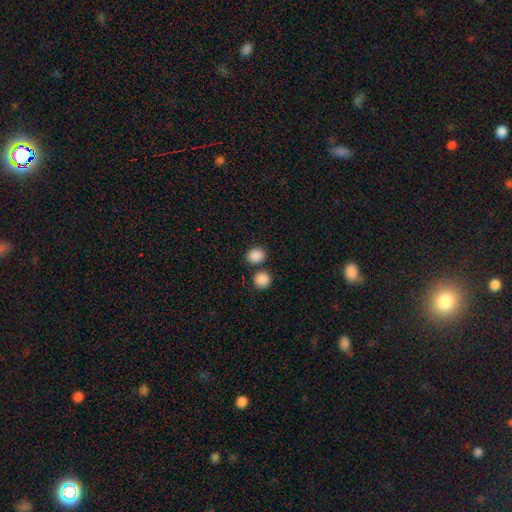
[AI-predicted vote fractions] Smooth or featured? Predicted: smooth (p=0.87). How rounded? Predicted: round (p=0.66). Merging? Predicted: none (p=0.72).